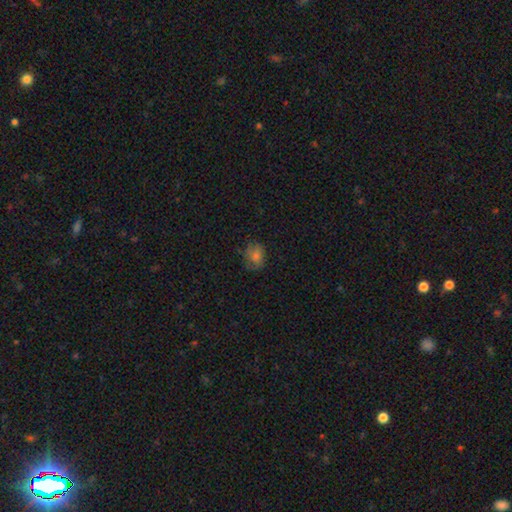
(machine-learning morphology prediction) This is likely a smooth galaxy (72%). How rounded: possibly round (54%). Merging: likely none (70%).